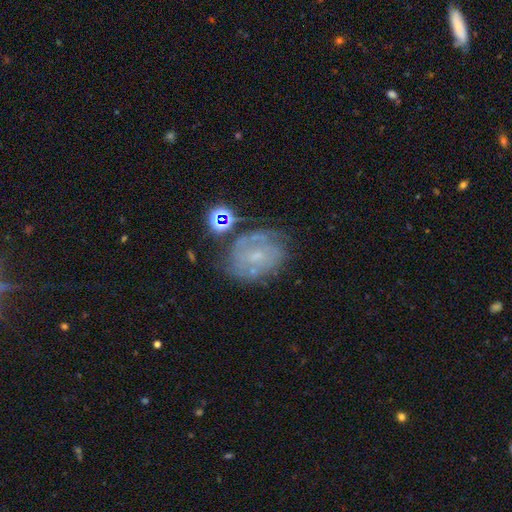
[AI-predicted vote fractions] A featured or disk galaxy (62%) with no bar (62%), spiral arms (74%) and a small central bulge (69%). Merging: none (59%).